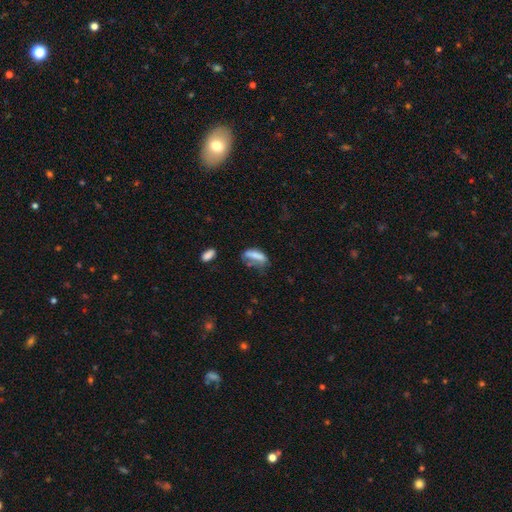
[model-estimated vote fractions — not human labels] smooth-or-featured: smooth: 69% | featured or disk: 20% | star or artifact: 11%
  how-rounded: in between: 59% | cigar-shaped: 38% | round: 3%
  merging: none: 34% | major disturbance: 28% | minor disturbance: 28% | merger: 10%